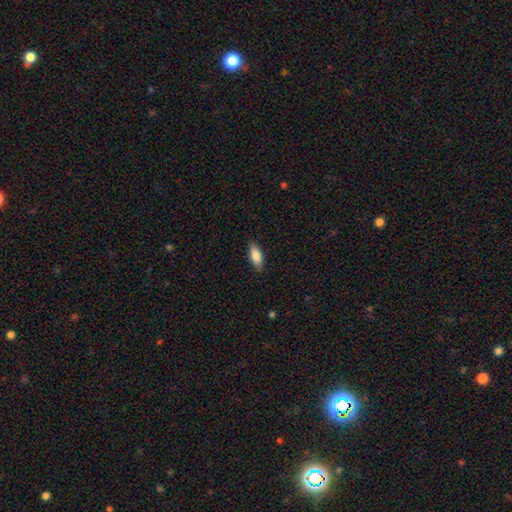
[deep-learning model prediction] A smooth galaxy with no disk features (83%) that is in between round and cigar-shaped (76%). Merging: none (87%).